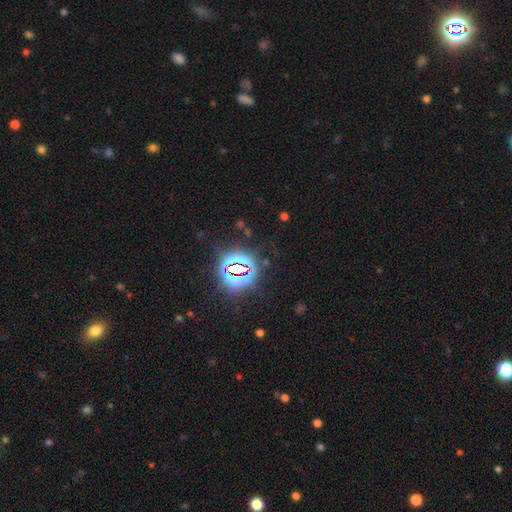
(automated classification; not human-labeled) smooth_or_featured: star or artifact (p=0.83) [alt: smooth p=0.10]